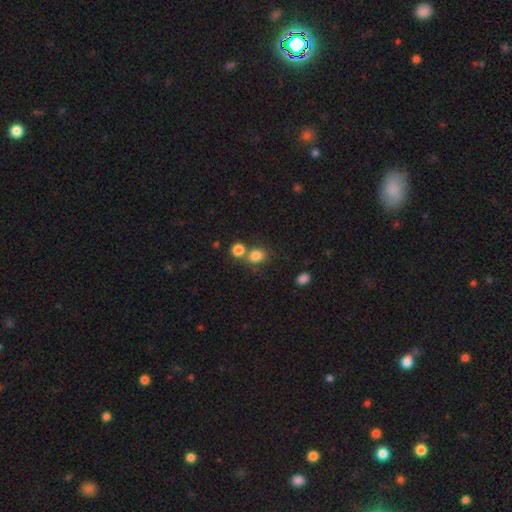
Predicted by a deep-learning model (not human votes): This is clearly a smooth galaxy (82%). How rounded: possibly in between (50%). Merging: possibly none (51%).